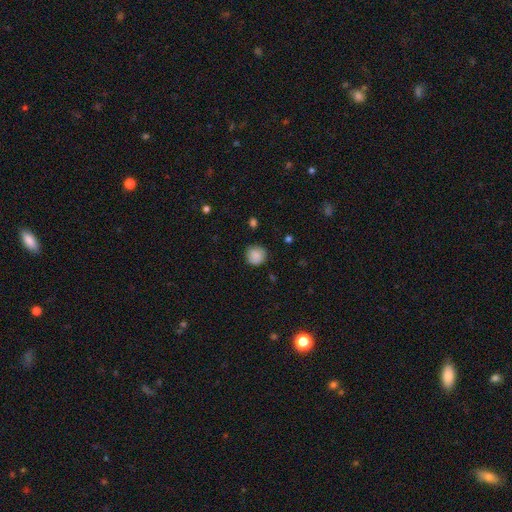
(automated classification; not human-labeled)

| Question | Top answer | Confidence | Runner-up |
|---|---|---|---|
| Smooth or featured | smooth | 87% | star or artifact (8%) |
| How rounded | round | 93% | in between (6%) |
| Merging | none | 85% | minor disturbance (11%) |